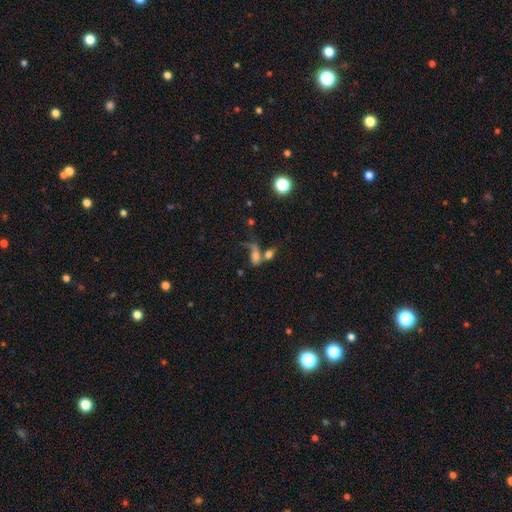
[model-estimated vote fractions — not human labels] smooth_or_featured: smooth (p=0.61) [alt: featured or disk p=0.24]
how_rounded: in between (p=0.72) [alt: round p=0.16]
merging: merger (p=0.50) [alt: none p=0.21]